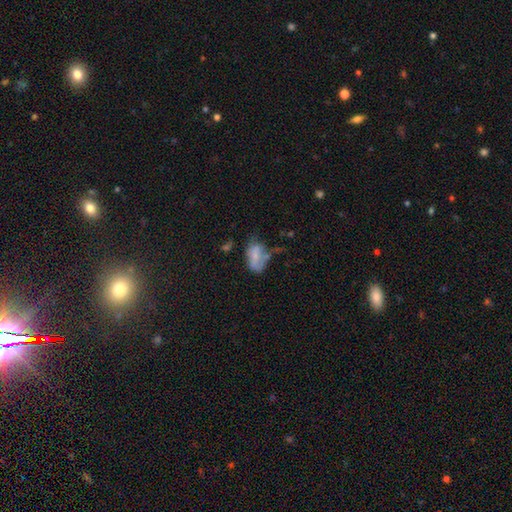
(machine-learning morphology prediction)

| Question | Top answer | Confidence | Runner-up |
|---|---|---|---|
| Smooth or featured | smooth | 64% | featured or disk (26%) |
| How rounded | in between | 89% | round (9%) |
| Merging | none | 31% | minor disturbance (30%) |